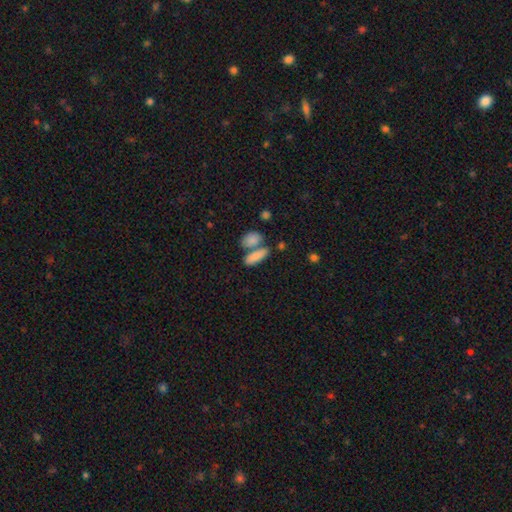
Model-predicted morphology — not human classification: This is clearly a smooth galaxy (84%). How rounded: likely in between (69%). Merging: possibly none (47%).